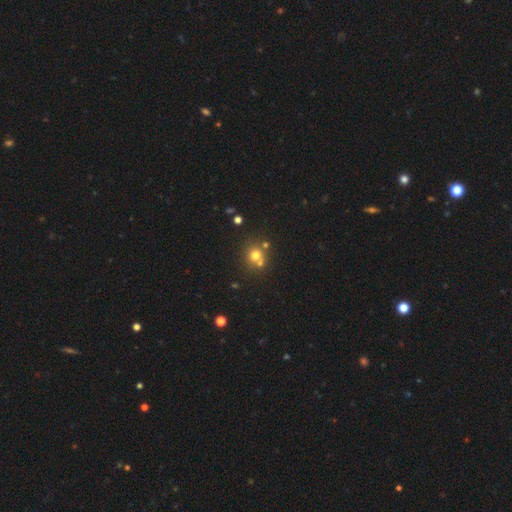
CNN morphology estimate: This is likely a smooth galaxy (70%). How rounded: clearly round (86%). Merging: possibly none (58%).